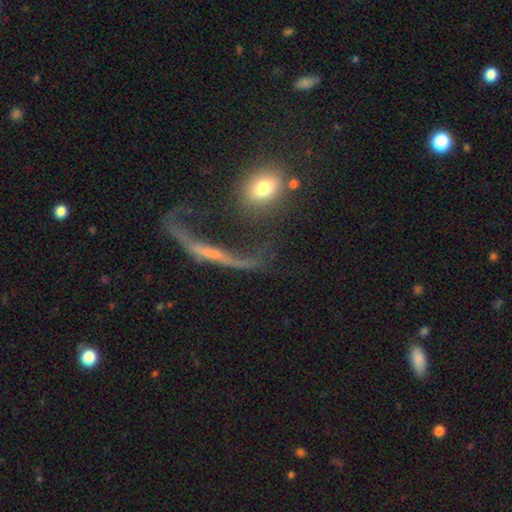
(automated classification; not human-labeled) A featured or disk galaxy (47%).

Vote fractions:
- Smooth or featured? featured or disk: 47% / smooth: 37% / star or artifact: 16%
- Merging? major disturbance: 41% / none: 31% / minor disturbance: 14% / merger: 13%